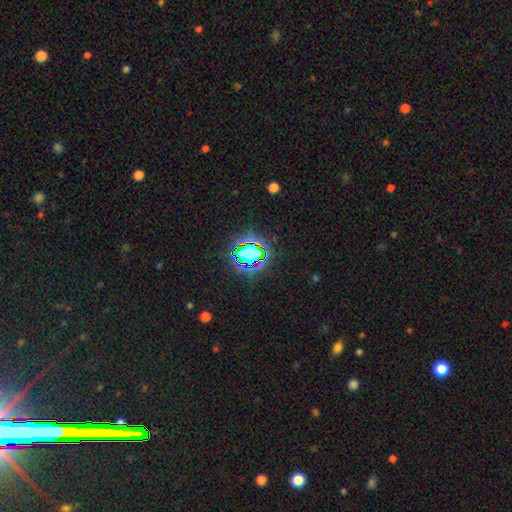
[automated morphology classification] Q: Smooth or featured?
A: star or artifact (68%); runner-up: smooth (21%)